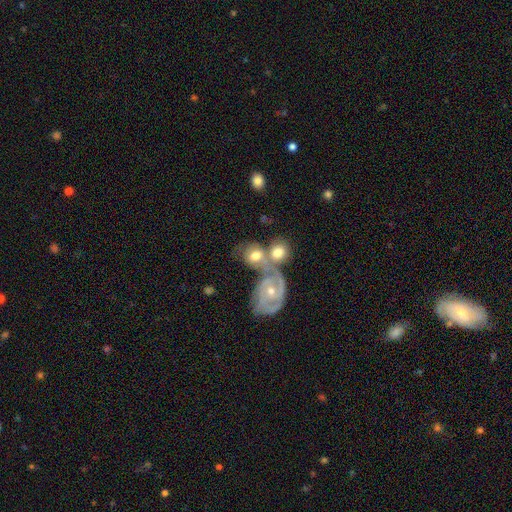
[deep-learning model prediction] Q: Smooth or featured?
A: featured or disk (51%); runner-up: smooth (41%)
Q: Edge-on disk?
A: no (96%); runner-up: yes (4%)
Q: Merging?
A: merger (60%); runner-up: none (24%)